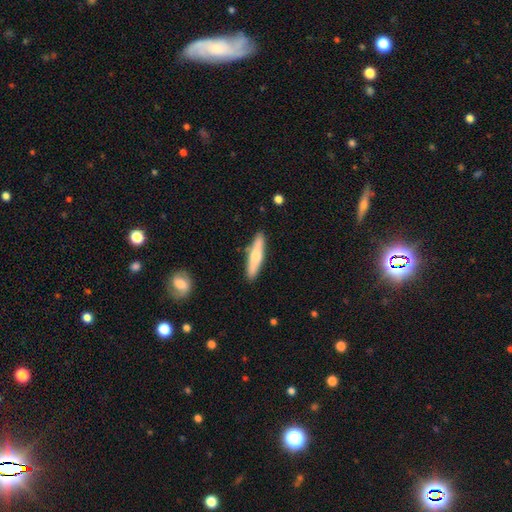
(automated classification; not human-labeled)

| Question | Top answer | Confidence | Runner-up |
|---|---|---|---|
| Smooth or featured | smooth | 56% | featured or disk (39%) |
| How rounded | cigar-shaped | 80% | in between (18%) |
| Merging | none | 86% | minor disturbance (10%) |